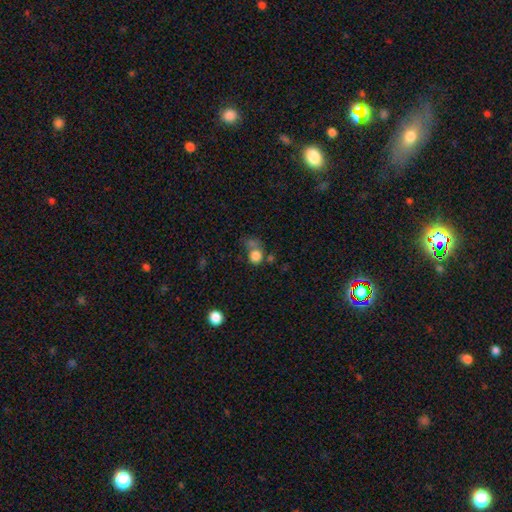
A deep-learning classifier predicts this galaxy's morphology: Q: Smooth or featured?
A: smooth (80%); runner-up: star or artifact (12%)
Q: How rounded?
A: round (81%); runner-up: in between (18%)
Q: Merging?
A: none (44%); runner-up: merger (26%)